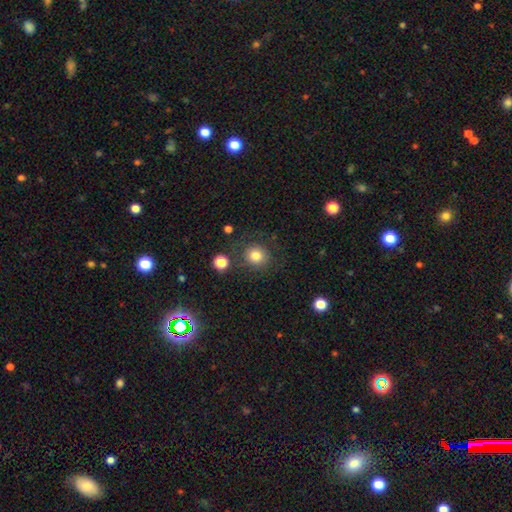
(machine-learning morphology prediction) smooth 79%, star or artifact 12%, featured or disk 9%. Down the decision tree: how rounded — round (87%); merging — none (80%).